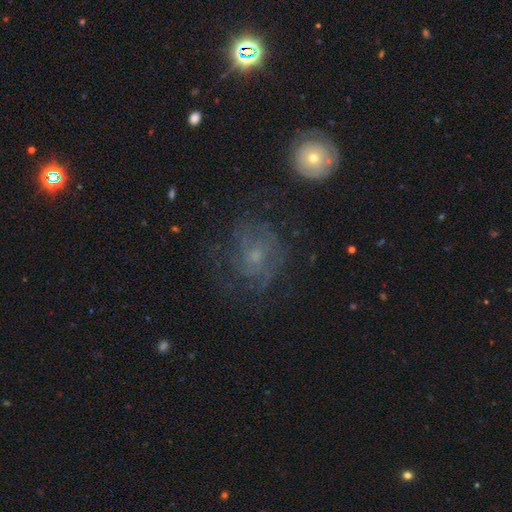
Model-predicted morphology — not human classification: Overall: featured or disk (62%; smooth 23%). Edge-on disk: no (97%). Bar: no (72%). Spiral arms: yes (79%). Bulge size: small (57%; moderate 32%). Merging: none (61%).